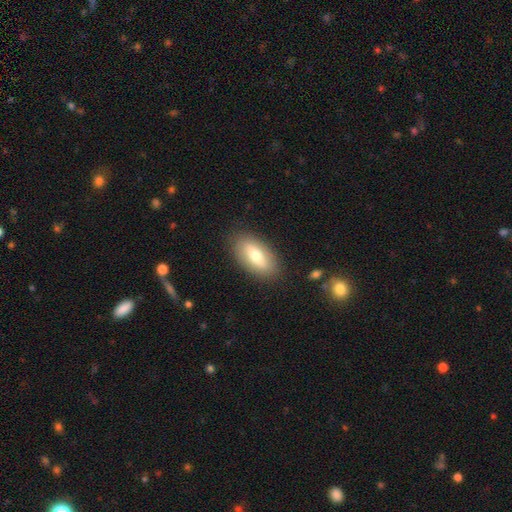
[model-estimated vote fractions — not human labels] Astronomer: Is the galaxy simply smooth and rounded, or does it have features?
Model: smooth — 68%.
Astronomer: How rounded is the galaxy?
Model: in between — 91%.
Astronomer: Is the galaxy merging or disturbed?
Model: none — 86%.